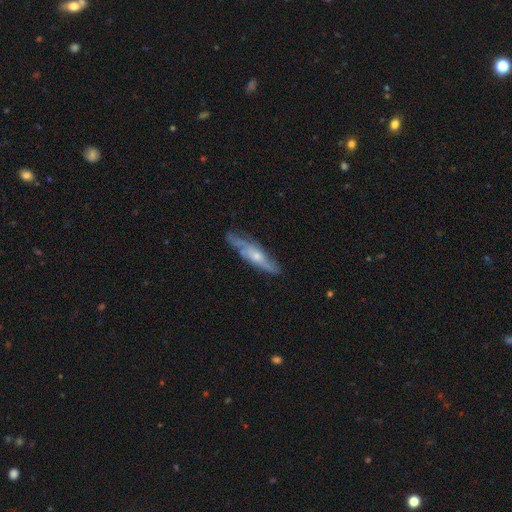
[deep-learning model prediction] smooth_or_featured: featured or disk (p=0.65) [alt: smooth p=0.29]
disk_edge_on: yes (p=0.52) [alt: no p=0.48]
merging: none (p=0.68) [alt: minor disturbance p=0.23]